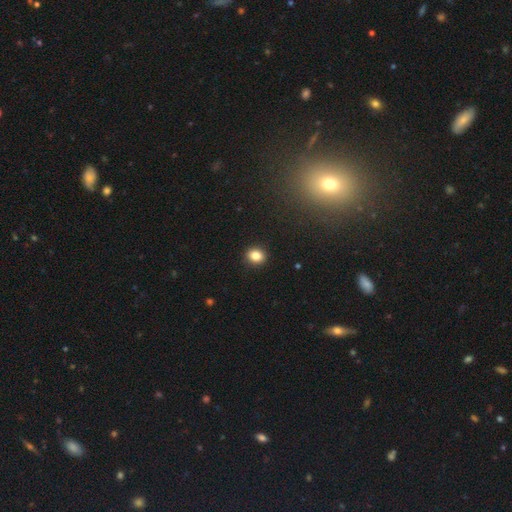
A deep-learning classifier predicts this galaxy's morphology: Smooth or featured?
  - smooth: 84% *
  - star or artifact: 10%
  - featured or disk: 5%
How rounded?
  - round: 65% *
  - in between: 34%
  - cigar-shaped: 1%
Merging?
  - none: 92% *
  - minor disturbance: 6%
  - major disturbance: 2%
  - merger: 1%